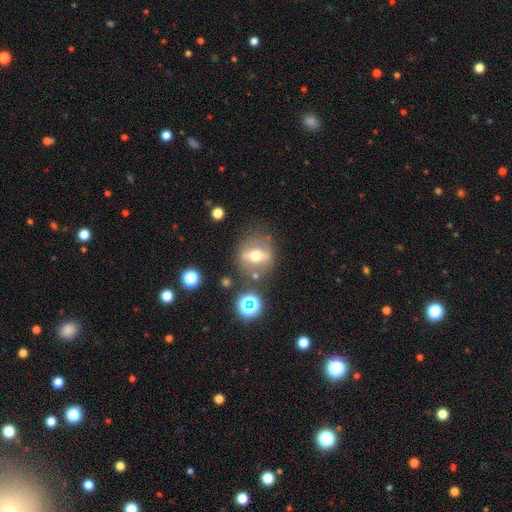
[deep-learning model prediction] Smooth or featured: featured or disk — 57% (smooth — 30%)
Edge-on disk: no — 66% (yes — 34%)
Merging: none — 72% (minor disturbance — 14%)